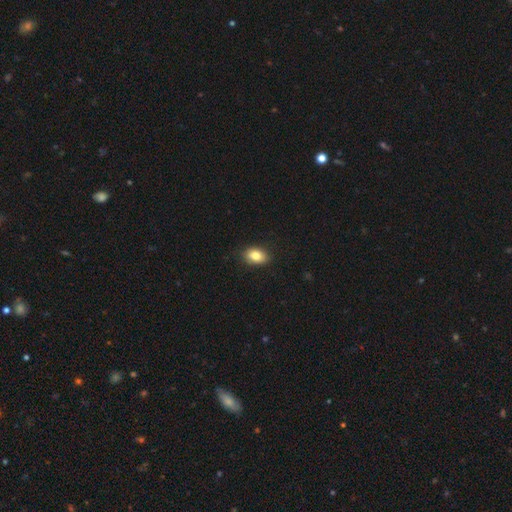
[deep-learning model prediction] smooth-or-featured: smooth: 82% | featured or disk: 9% | star or artifact: 9%
  how-rounded: in between: 82% | round: 17% | cigar-shaped: 1%
  merging: none: 88% | minor disturbance: 9% | major disturbance: 2% | merger: 1%